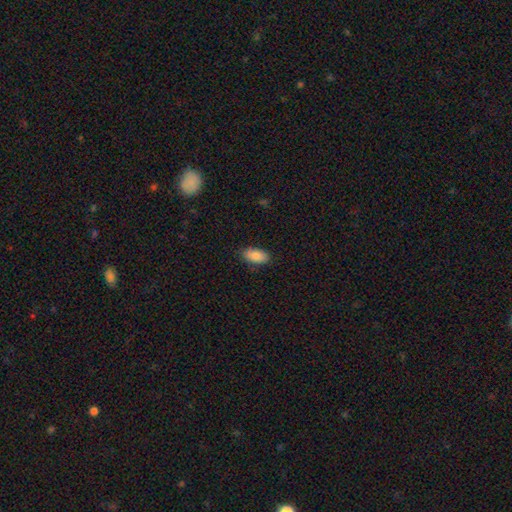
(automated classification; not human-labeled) A smooth galaxy with no disk features (84%) that is in between round and cigar-shaped (93%).

Vote fractions:
- Smooth or featured? smooth: 84% / featured or disk: 9% / star or artifact: 7%
- How rounded? in between: 93% / round: 4% / cigar-shaped: 3%
- Merging? none: 85% / minor disturbance: 11% / major disturbance: 2% / merger: 1%